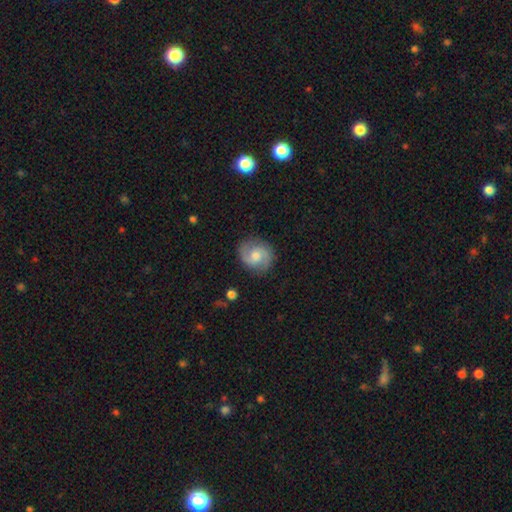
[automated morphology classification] The model was most divided on "bar": no: 53%, weak: 41%, strong: 6%. More confident: edge-on disk — no (98%); spiral arms — yes (94%); spiral arm count — 2 (90%); merging — none (84%); smooth or featured — featured or disk (73%); bulge size — moderate (62%); spiral winding — medium (51%).